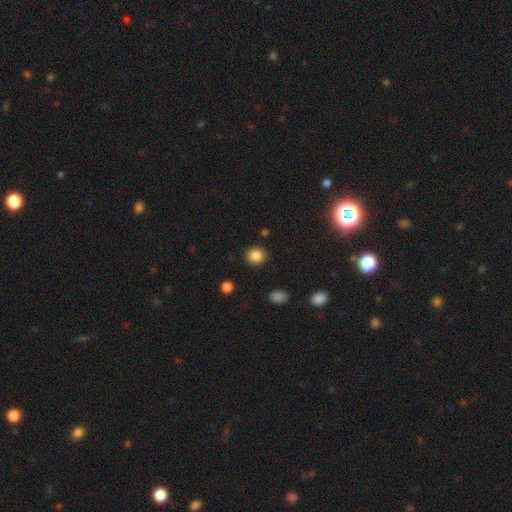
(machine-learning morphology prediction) Smooth or featured? Predicted: smooth (p=0.86). How rounded? Predicted: round (p=0.87). Merging? Predicted: none (p=0.90).